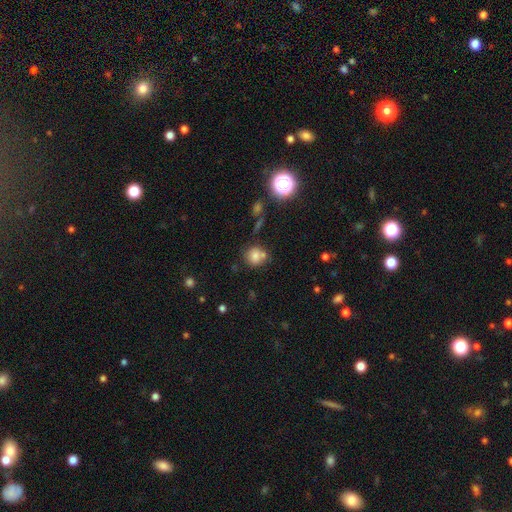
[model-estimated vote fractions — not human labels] The model was most divided on "merging": none: 57%, merger: 25%, minor disturbance: 13%, major disturbance: 5%. More confident: how rounded — round (80%); smooth or featured — smooth (76%).